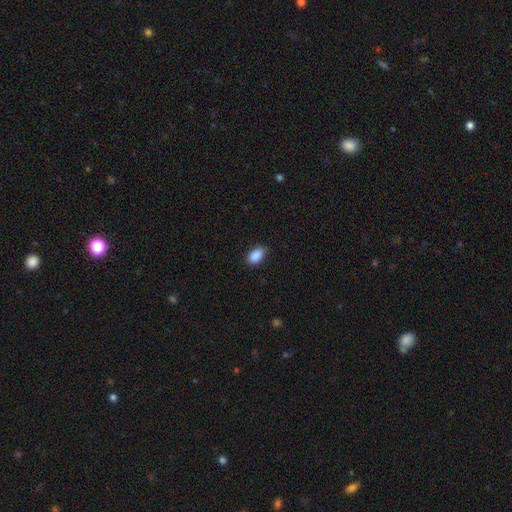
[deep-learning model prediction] This appears to be a smooth galaxy with no disk features (90%) that is in between round and cigar-shaped (91%). Merging: none (82%).